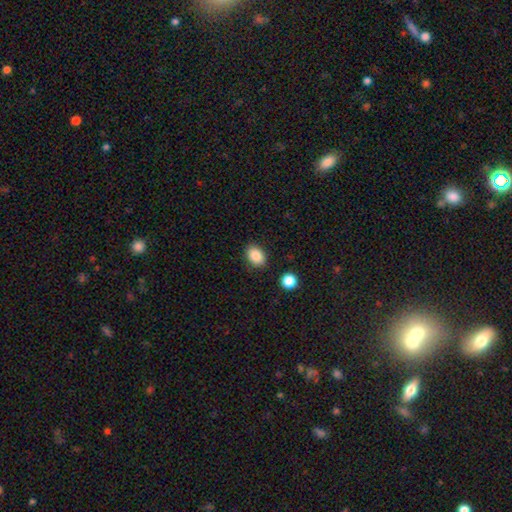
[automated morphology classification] This is clearly a smooth galaxy (87%). How rounded: likely in between (79%). Merging: clearly none (87%).